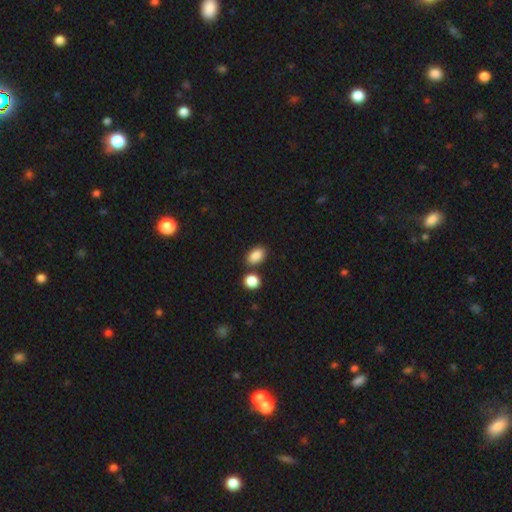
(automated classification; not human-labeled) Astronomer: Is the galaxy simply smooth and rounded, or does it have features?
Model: smooth — 87%.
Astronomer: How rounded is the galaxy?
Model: in between — 86%.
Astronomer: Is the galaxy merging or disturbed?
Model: none — 76%.